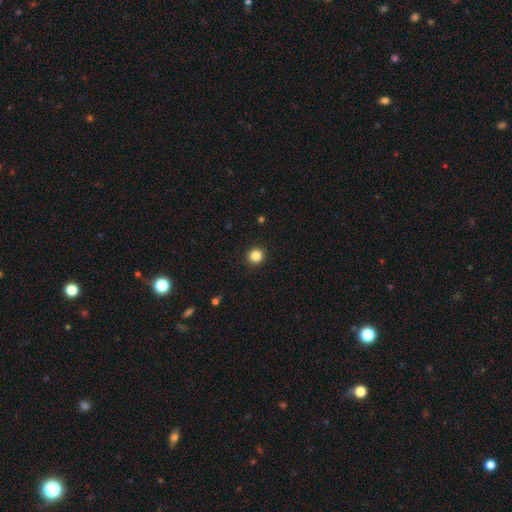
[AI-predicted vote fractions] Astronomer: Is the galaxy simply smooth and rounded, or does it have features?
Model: smooth — 85%.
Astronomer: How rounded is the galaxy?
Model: round — 95%.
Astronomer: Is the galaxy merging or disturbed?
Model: none — 93%.